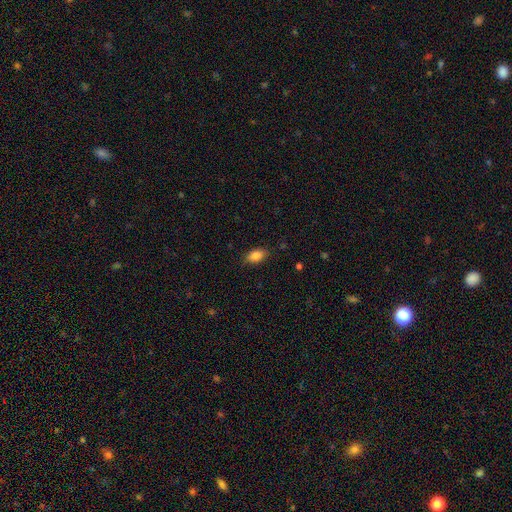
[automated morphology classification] Smooth or featured? Predicted: smooth (p=0.86). How rounded? Predicted: in between (p=0.90). Merging? Predicted: none (p=0.84).